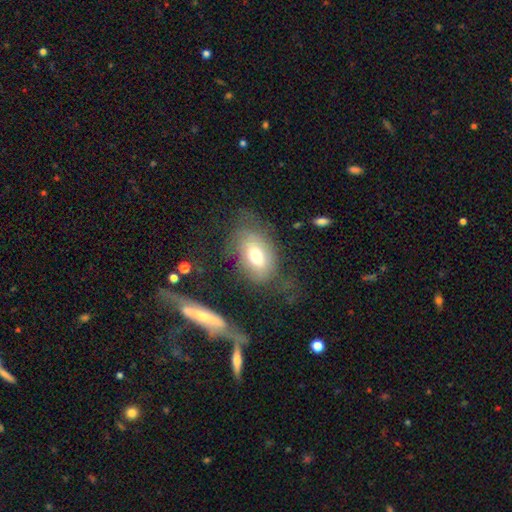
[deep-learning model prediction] Smooth or featured: smooth — 62% (featured or disk — 29%)
How rounded: in between — 84% (round — 14%)
Merging: none — 54% (minor disturbance — 22%)